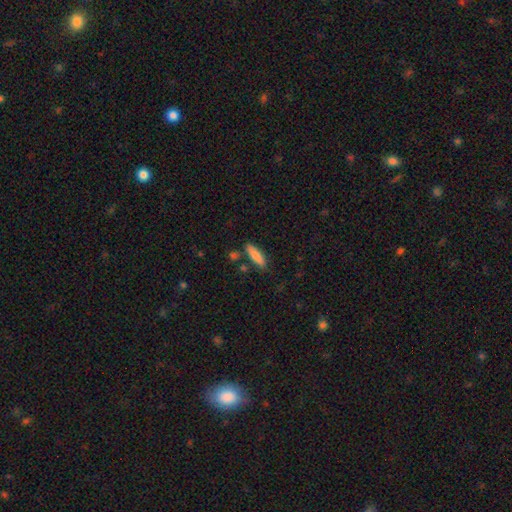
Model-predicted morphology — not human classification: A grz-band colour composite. It shows a smooth galaxy with no disk features (84%) that is cigar-shaped (57%). Merging: none (76%).